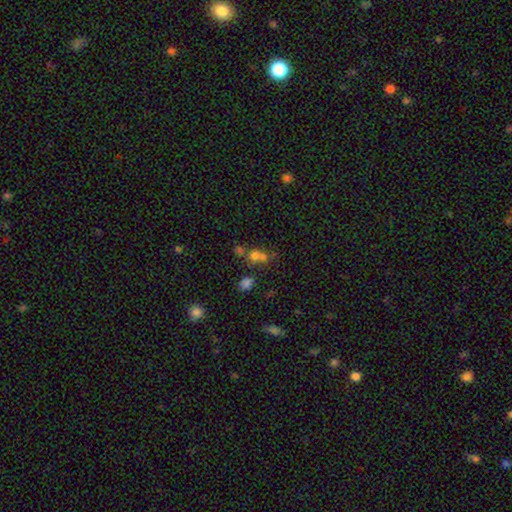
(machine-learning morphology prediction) smooth-or-featured: smooth: 63% | star or artifact: 23% | featured or disk: 14%
  how-rounded: round: 73% | in between: 25% | cigar-shaped: 2%
  merging: merger: 47% | none: 39% | minor disturbance: 9% | major disturbance: 6%